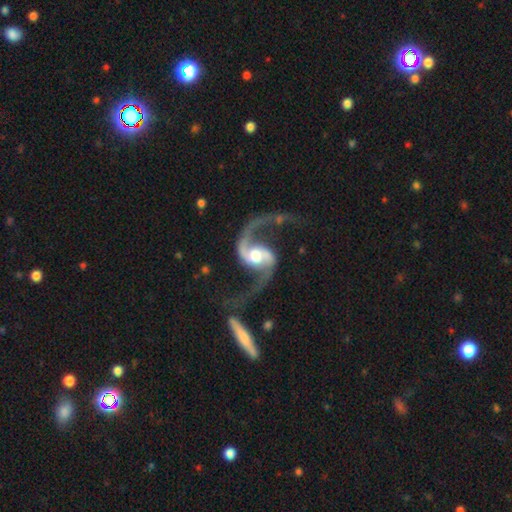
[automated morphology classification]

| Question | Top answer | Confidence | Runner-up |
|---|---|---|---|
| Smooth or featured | featured or disk | 94% | star or artifact (4%) |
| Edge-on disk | no | 98% | yes (2%) |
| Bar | weak | 38% | no (37%) |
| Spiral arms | yes | 98% | no (2%) |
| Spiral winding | loose | 72% | medium (23%) |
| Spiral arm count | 2 | 94% | 1 (2%) |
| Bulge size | moderate | 61% | large (26%) |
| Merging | none | 64% | major disturbance (17%) |